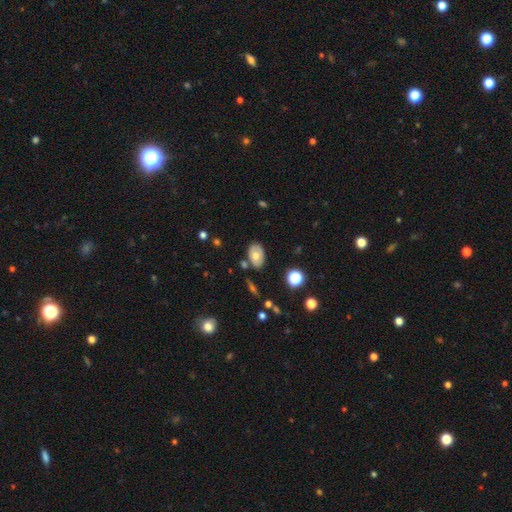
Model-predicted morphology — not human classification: type=smooth (58%); roundness=in between (87%); merging=none (75%).